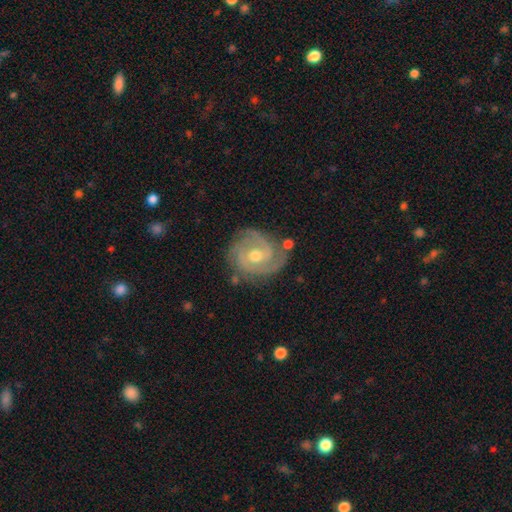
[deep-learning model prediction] Smooth or featured? featured or disk (88%)
Edge-on disk? no (98%)
Bar? no (58%)
Spiral arms? yes (97%)
Spiral winding? tight (67%)
Spiral arm count? 2 (45%)
Bulge size? moderate (71%)
Merging? none (73%)